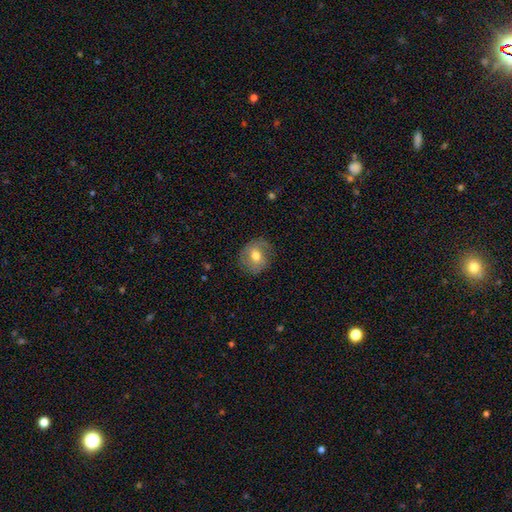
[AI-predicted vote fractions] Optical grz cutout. It shows a smooth galaxy with no disk features (55%) that is round (77%). Merging: none (71%).